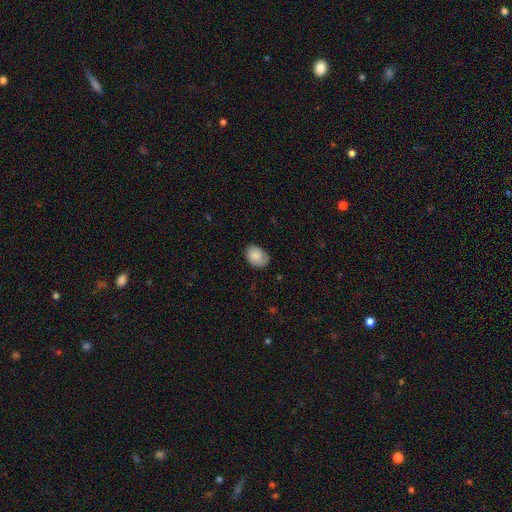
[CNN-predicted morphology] This appears to be a smooth galaxy with no disk features (82%) that is in between round and cigar-shaped (72%). Merging: none (66%).